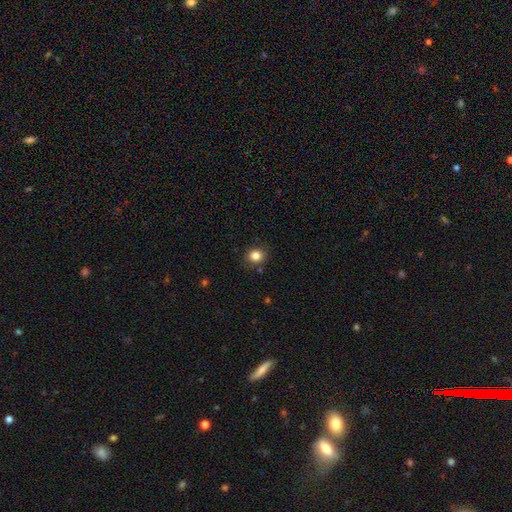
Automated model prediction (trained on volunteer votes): Q: Smooth or featured?
A: smooth (83%); runner-up: star or artifact (11%)
Q: How rounded?
A: round (81%); runner-up: in between (18%)
Q: Merging?
A: none (86%); runner-up: minor disturbance (9%)